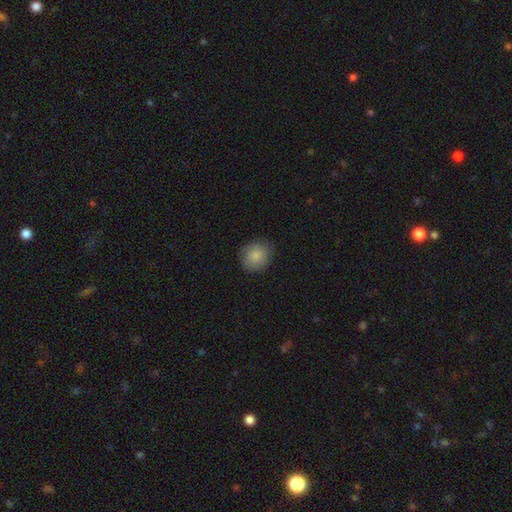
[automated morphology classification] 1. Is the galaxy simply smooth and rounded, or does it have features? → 86% smooth, 7% star or artifact, 6% featured or disk.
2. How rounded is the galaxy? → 81% round, 18% in between, 1% cigar-shaped.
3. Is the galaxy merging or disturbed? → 84% none, 13% minor disturbance, 3% major disturbance, 1% merger.